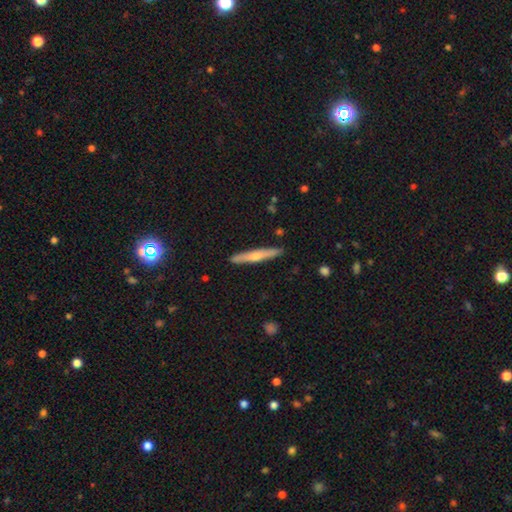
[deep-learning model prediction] featured or disk 51%, smooth 42%, star or artifact 6%. Down the decision tree: edge-on disk — yes (96%); merging — none (90%).